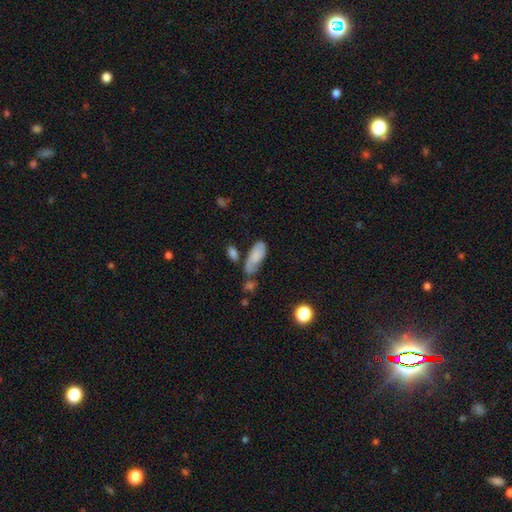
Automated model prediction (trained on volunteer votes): Morphology: type=smooth (69%); roundness=in between (80%); merging=none (42%).